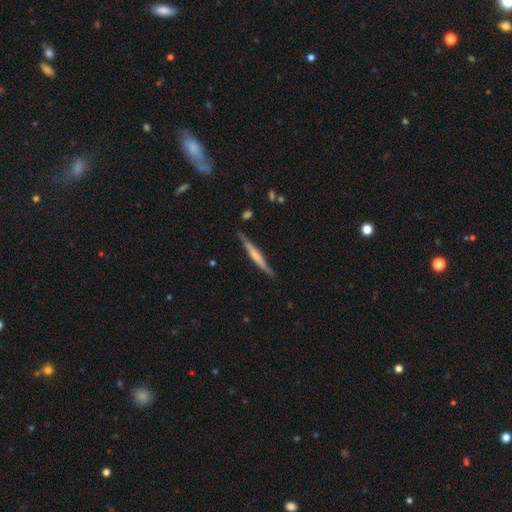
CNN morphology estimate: A featured or disk galaxy (56%) viewed edge-on (96%) with no central bulge (45%). Merging: none (85%).